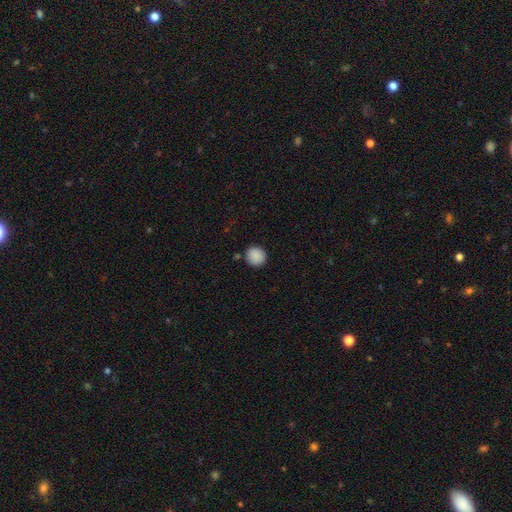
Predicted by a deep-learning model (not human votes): smooth-or-featured: smooth: 89% | star or artifact: 8% | featured or disk: 3%
  how-rounded: round: 92% | in between: 7% | cigar-shaped: 1%
  merging: none: 89% | minor disturbance: 7% | merger: 2% | major disturbance: 2%